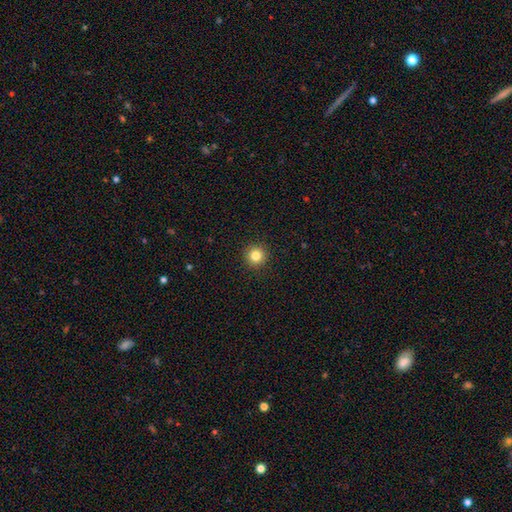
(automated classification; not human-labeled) A smooth galaxy with no disk features (83%) that is round (96%). Merging: none (93%).